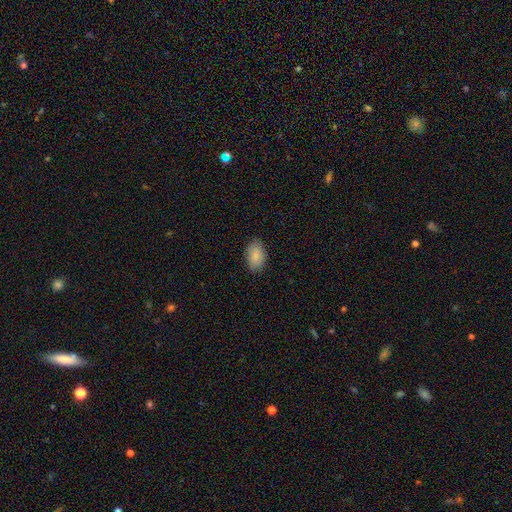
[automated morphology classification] Smooth or featured?
  - smooth: 87% *
  - star or artifact: 7%
  - featured or disk: 6%
How rounded?
  - in between: 92% *
  - round: 7%
  - cigar-shaped: 1%
Merging?
  - none: 86% *
  - minor disturbance: 11%
  - major disturbance: 3%
  - merger: 1%